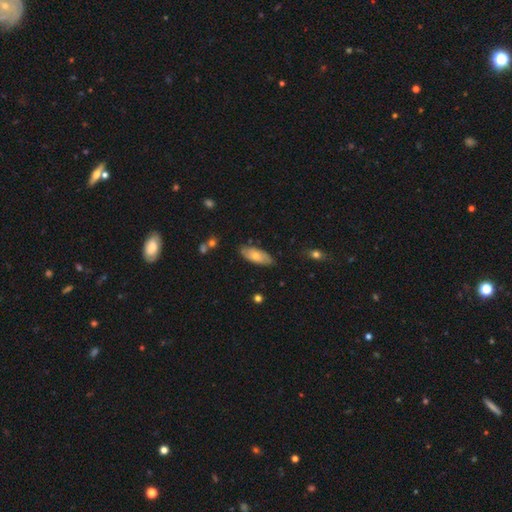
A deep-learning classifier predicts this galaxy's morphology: A smooth galaxy with no disk features (66%) that is in between round and cigar-shaped (83%).

Vote fractions:
- Smooth or featured? smooth: 66% / featured or disk: 28% / star or artifact: 6%
- How rounded? in between: 83% / cigar-shaped: 15% / round: 2%
- Merging? none: 80% / minor disturbance: 16% / major disturbance: 3% / merger: 2%